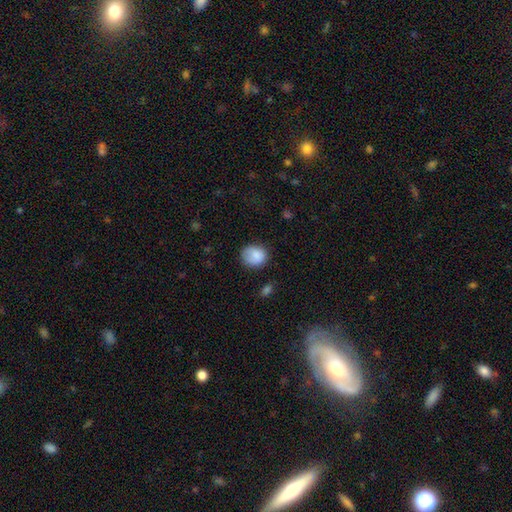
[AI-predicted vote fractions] The model was most divided on "how rounded": round: 69%, in between: 30%, cigar-shaped: 1%. More confident: smooth or featured — smooth (85%); merging — none (67%).